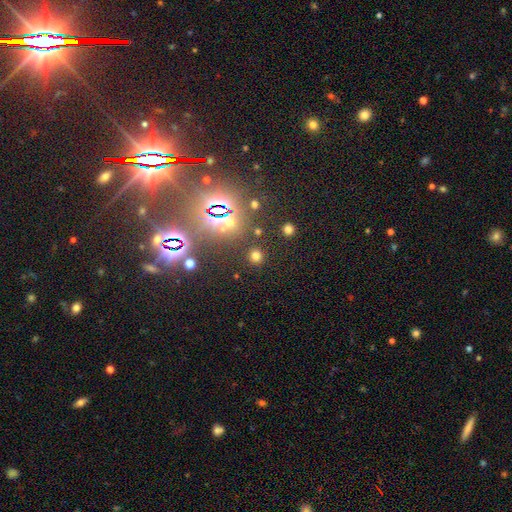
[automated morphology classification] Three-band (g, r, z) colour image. It shows a smooth galaxy with no disk features (65%) that is round (90%). Merging: none (87%).